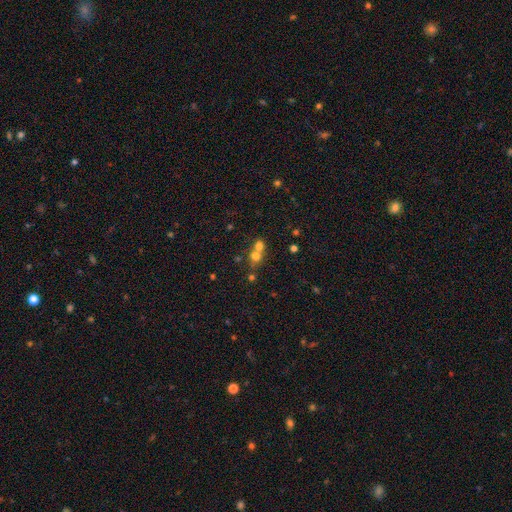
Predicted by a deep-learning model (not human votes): smooth 68%, star or artifact 17%, featured or disk 15%. Down the decision tree: how rounded — round (79%); merging — merger (60%).